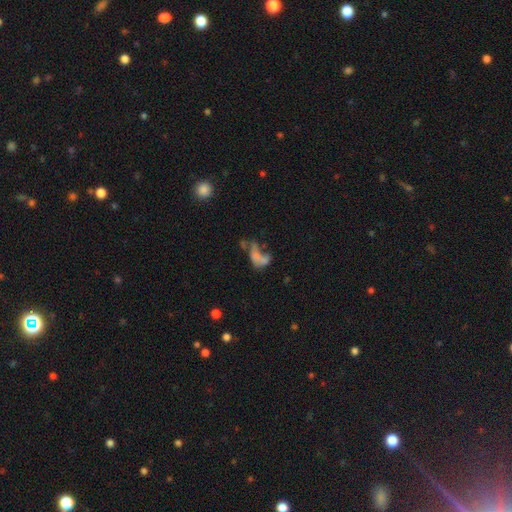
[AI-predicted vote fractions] Smooth or featured? smooth (45%)
Merging? major disturbance (34%)